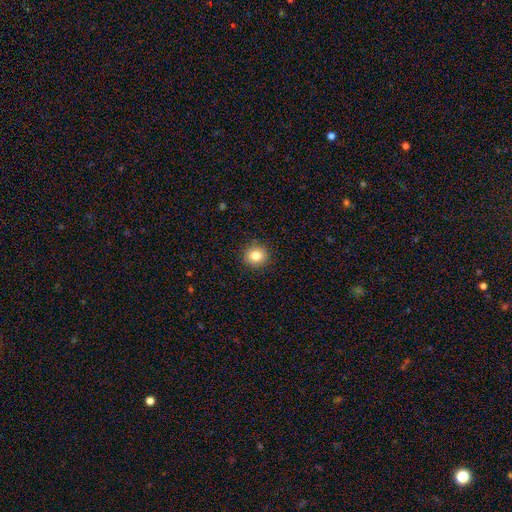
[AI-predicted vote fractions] Overall: smooth (82%). How rounded: round (91%). Merging: none (91%).